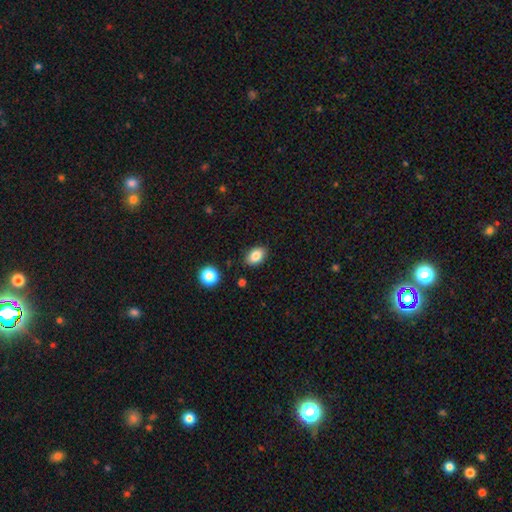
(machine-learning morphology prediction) This appears to be a smooth galaxy with no disk features (84%) that is in between round and cigar-shaped (84%). Merging: none (85%).